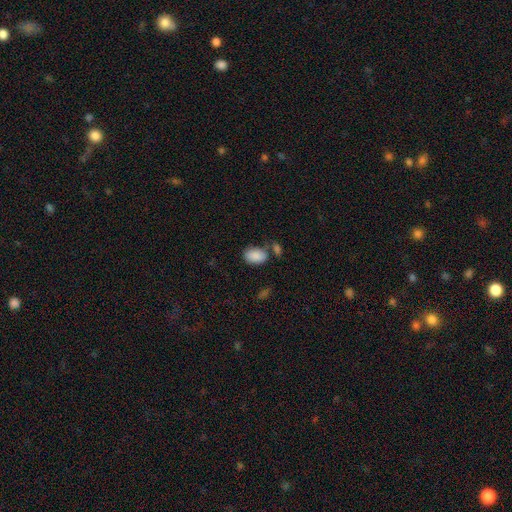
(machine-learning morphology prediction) Smooth or featured? Predicted: smooth (p=0.88). How rounded? Predicted: in between (p=0.89). Merging? Predicted: none (p=0.64).